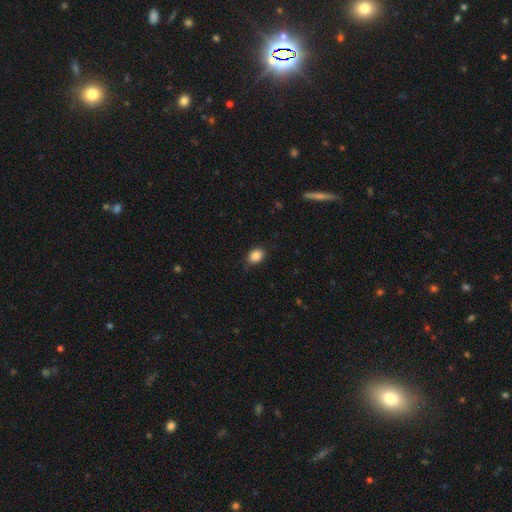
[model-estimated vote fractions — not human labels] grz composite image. It shows a smooth galaxy with no disk features (87%) that is in between round and cigar-shaped (60%). Merging: none (81%).